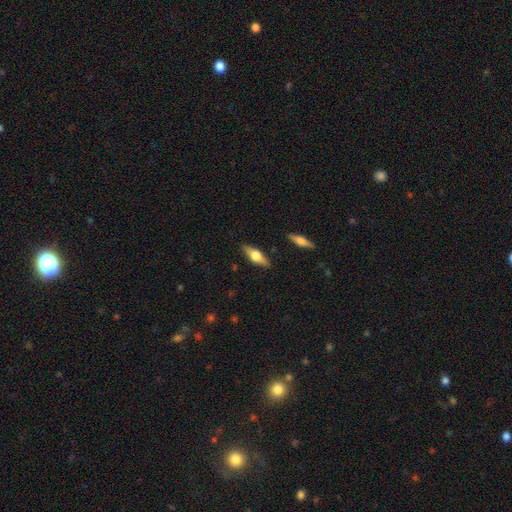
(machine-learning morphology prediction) Overall: featured or disk (49%; smooth 45%). Merging: none (86%).